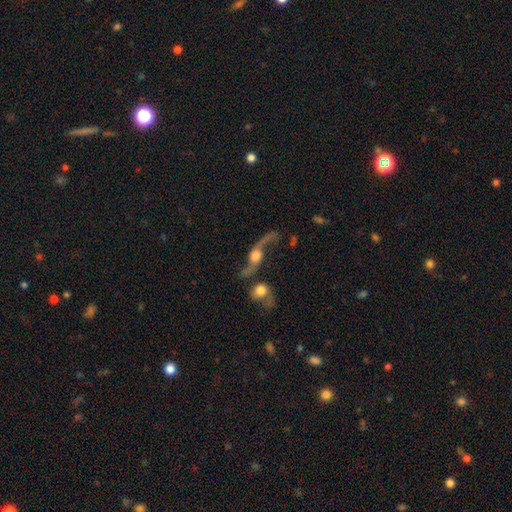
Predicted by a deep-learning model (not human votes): A featured or disk galaxy (85%) with no bar (66%), 2 (92%) loose (92%) spiral arms (94%) and a moderate central bulge (50%). Merging: none (50%).